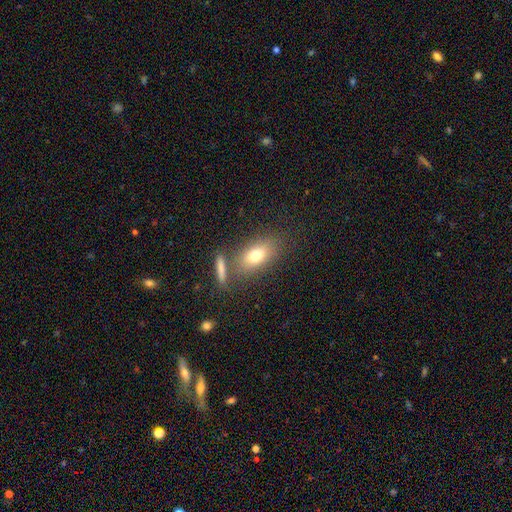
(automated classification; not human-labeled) smooth_or_featured: smooth (p=0.73) [alt: featured or disk p=0.17]
how_rounded: in between (p=0.79) [alt: round p=0.11]
merging: none (p=0.69) [alt: merger p=0.14]